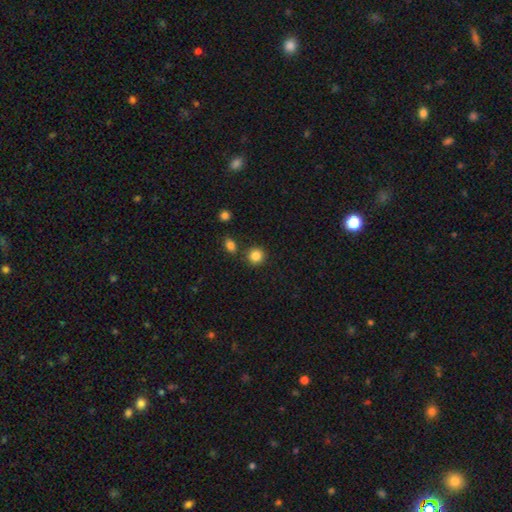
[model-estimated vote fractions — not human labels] smooth_or_featured: smooth (p=0.86) [alt: star or artifact p=0.10]
how_rounded: round (p=0.88) [alt: in between p=0.11]
merging: none (p=0.82) [alt: minor disturbance p=0.08]